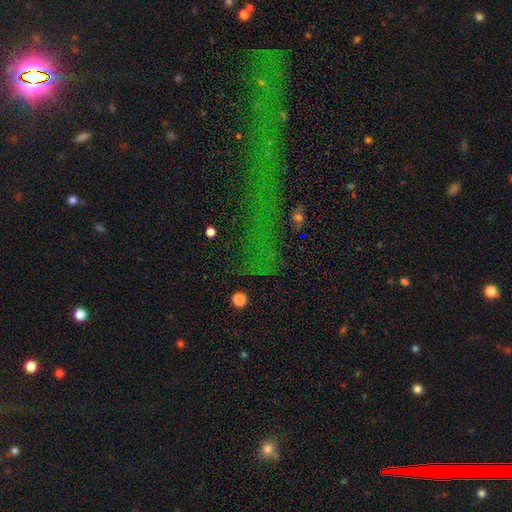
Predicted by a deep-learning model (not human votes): smooth-or-featured: star or artifact: 74% | smooth: 14% | featured or disk: 12%